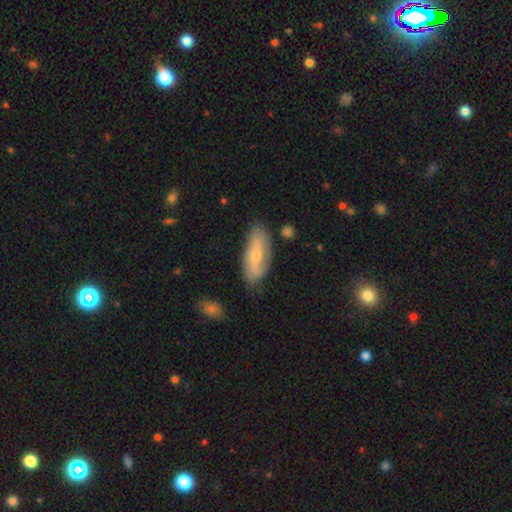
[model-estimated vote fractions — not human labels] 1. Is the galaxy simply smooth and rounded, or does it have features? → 50% featured or disk, 44% smooth, 6% star or artifact.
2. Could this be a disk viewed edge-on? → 82% no, 18% yes.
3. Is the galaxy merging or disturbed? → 75% none, 18% minor disturbance, 4% major disturbance, 2% merger.